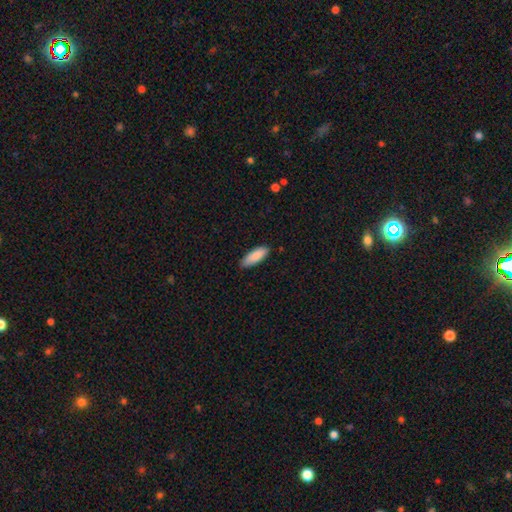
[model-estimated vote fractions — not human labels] This is clearly a smooth galaxy (87%). How rounded: likely in between (65%). Merging: clearly none (86%).